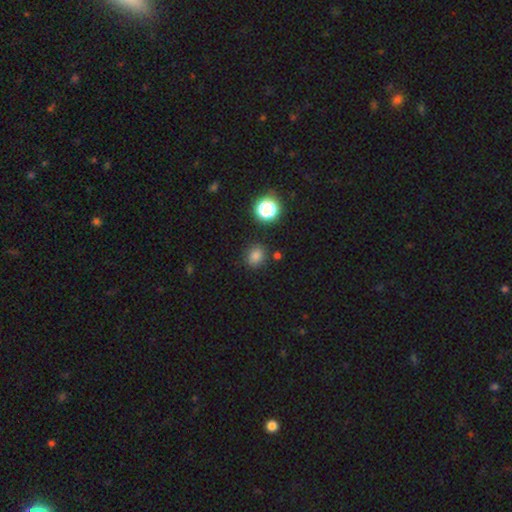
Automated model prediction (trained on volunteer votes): Smooth or featured: smooth — 78% (star or artifact — 17%)
How rounded: round — 66% (in between — 33%)
Merging: none — 83% (minor disturbance — 11%)